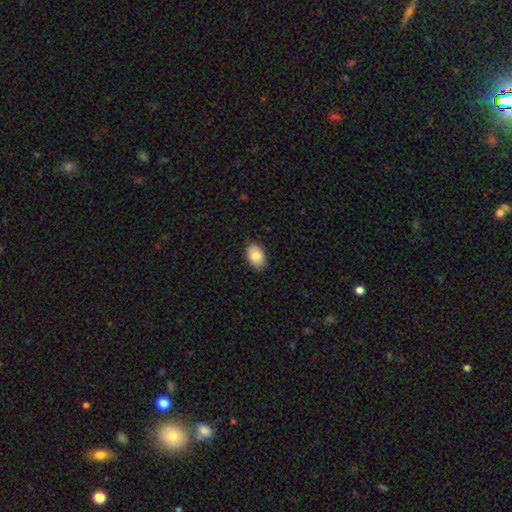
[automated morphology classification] This appears to be a smooth galaxy with no disk features (85%) that is in between round and cigar-shaped (87%). Merging: none (85%).